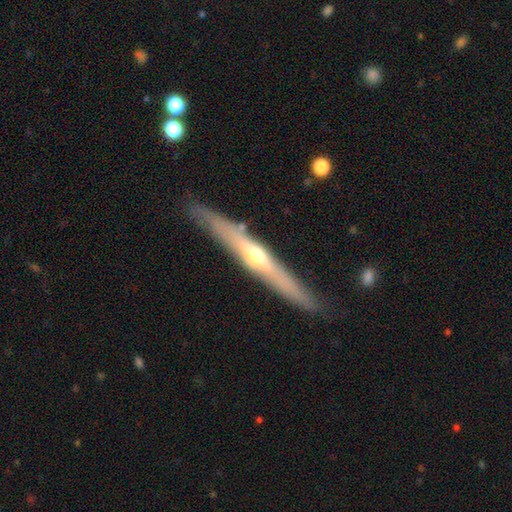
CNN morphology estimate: Q: Smooth or featured?
A: featured or disk (68%); runner-up: smooth (27%)
Q: Edge-on disk?
A: yes (94%); runner-up: no (6%)
Q: Edge-on bulge?
A: rounded (81%); runner-up: none (14%)
Q: Merging?
A: none (85%); runner-up: minor disturbance (10%)